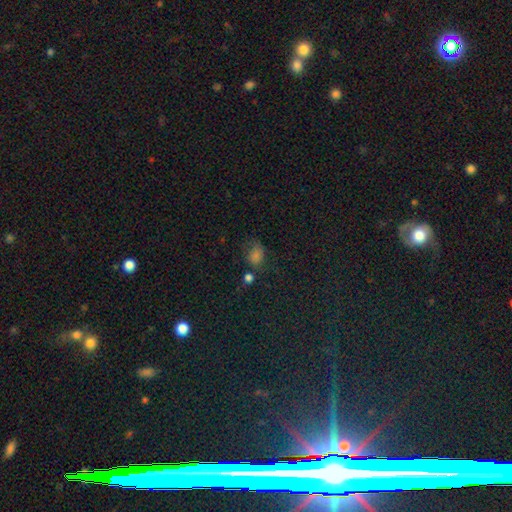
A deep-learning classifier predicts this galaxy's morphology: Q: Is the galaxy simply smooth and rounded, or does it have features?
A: smooth — 58%.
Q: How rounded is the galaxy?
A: in between — 63%.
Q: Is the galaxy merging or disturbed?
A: none — 49%.